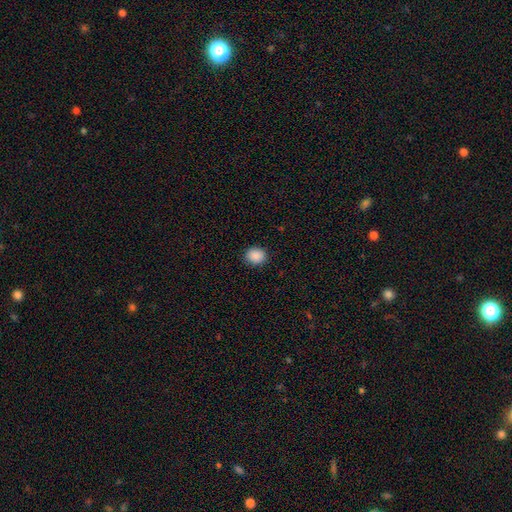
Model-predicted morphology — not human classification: A smooth galaxy with no disk features (89%) that is round (76%).

Vote fractions:
- Smooth or featured? smooth: 89% / star or artifact: 9% / featured or disk: 3%
- How rounded? round: 76% / in between: 23% / cigar-shaped: 1%
- Merging? none: 90% / minor disturbance: 7% / major disturbance: 2% / merger: 1%